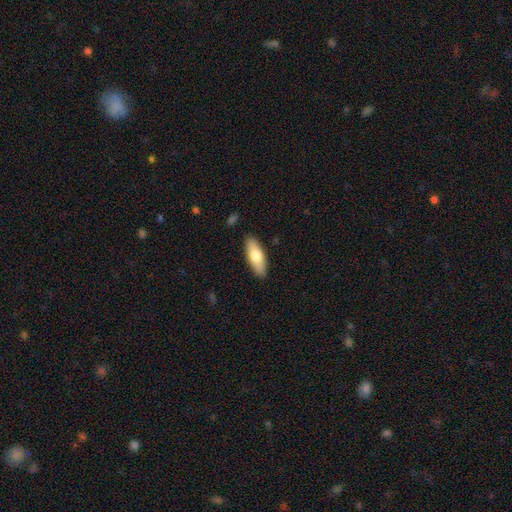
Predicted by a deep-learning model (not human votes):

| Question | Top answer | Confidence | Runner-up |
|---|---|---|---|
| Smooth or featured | smooth | 73% | featured or disk (22%) |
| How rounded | in between | 63% | cigar-shaped (35%) |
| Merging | none | 89% | minor disturbance (8%) |